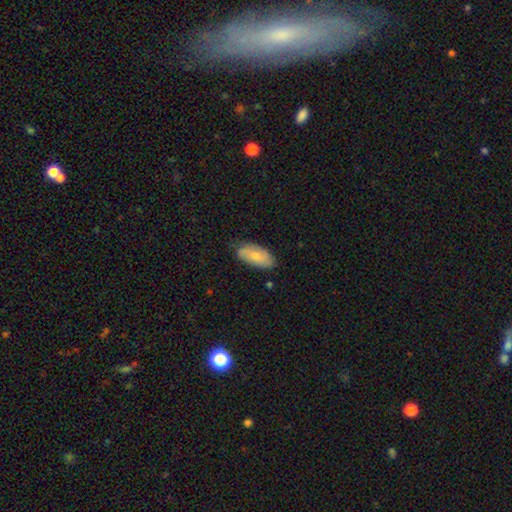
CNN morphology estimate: Smooth or featured? smooth (64%)
How rounded? in between (91%)
Merging? none (72%)